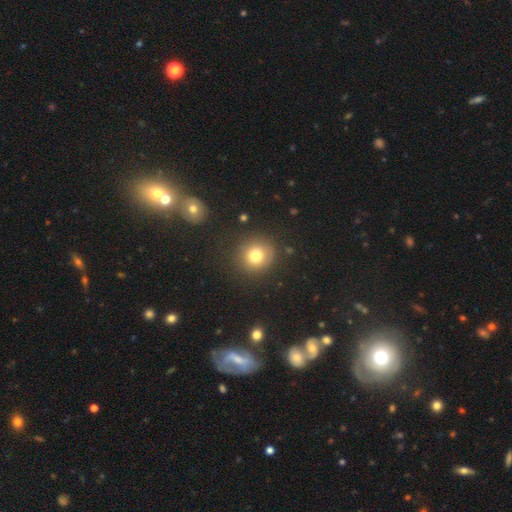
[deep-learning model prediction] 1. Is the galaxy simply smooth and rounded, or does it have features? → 76% smooth, 13% star or artifact, 10% featured or disk.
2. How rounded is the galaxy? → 91% round, 8% in between, 1% cigar-shaped.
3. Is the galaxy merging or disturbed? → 85% none, 9% minor disturbance, 4% major disturbance, 2% merger.